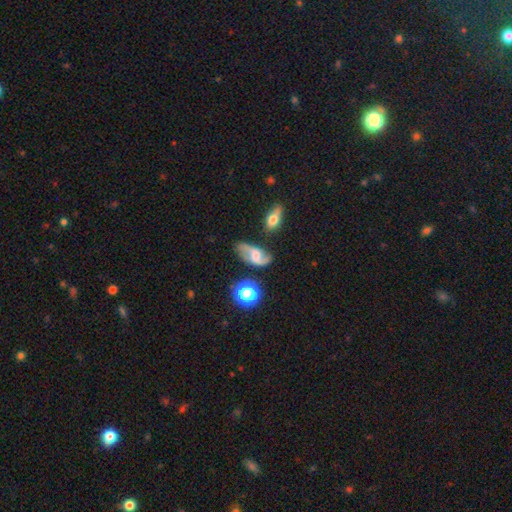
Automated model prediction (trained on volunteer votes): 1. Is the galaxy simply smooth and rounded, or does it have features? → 73% featured or disk, 18% smooth, 8% star or artifact.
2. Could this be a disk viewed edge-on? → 95% no, 5% yes.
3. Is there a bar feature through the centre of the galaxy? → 49% weak, 36% no, 15% strong.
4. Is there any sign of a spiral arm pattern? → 92% yes, 8% no.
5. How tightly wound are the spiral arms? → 66% loose, 27% medium, 7% tight.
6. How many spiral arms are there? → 90% 2, 4% can't tell, 3% 1, 1% 3, 1% 4, 1% more than 4.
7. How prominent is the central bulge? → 45% moderate, 30% small, 12% none, 11% large, 2% dominant.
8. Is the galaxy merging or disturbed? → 64% none, 21% minor disturbance, 8% major disturbance, 7% merger.